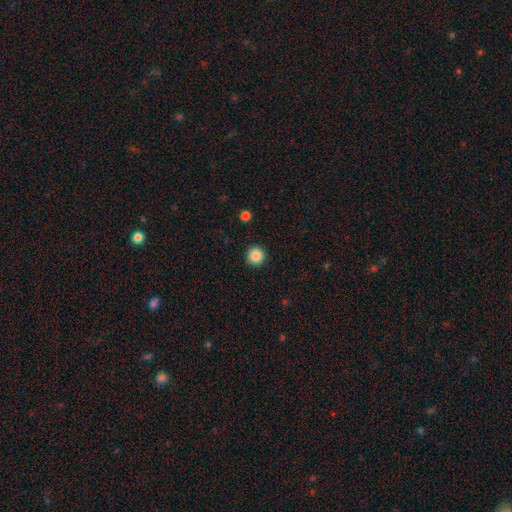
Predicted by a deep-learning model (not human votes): A smooth galaxy with no disk features (86%) that is round (96%).

Vote fractions:
- Smooth or featured? smooth: 86% / star or artifact: 10% / featured or disk: 4%
- How rounded? round: 96% / in between: 3% / cigar-shaped: 1%
- Merging? none: 92% / minor disturbance: 5% / major disturbance: 2% / merger: 1%